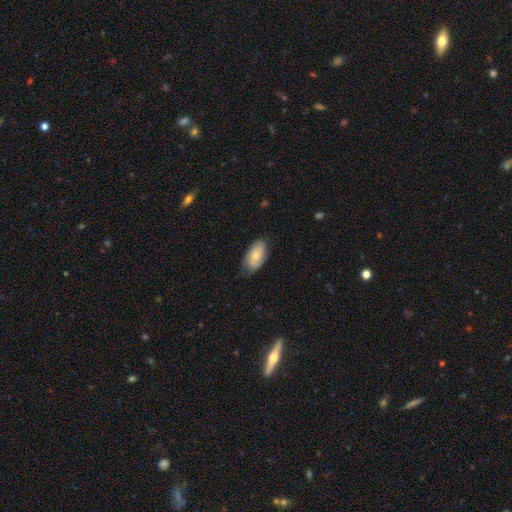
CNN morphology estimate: Q: Smooth or featured?
A: smooth (67%); runner-up: featured or disk (26%)
Q: How rounded?
A: in between (93%); runner-up: cigar-shaped (4%)
Q: Merging?
A: none (71%); runner-up: minor disturbance (24%)